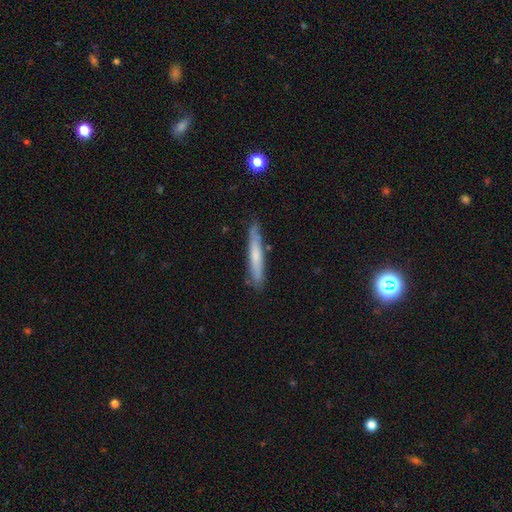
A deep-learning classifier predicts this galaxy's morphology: Smooth or featured?
  - smooth: 59% *
  - featured or disk: 35%
  - star or artifact: 6%
How rounded?
  - cigar-shaped: 94% *
  - in between: 5%
  - round: 1%
Merging?
  - none: 81% *
  - minor disturbance: 14%
  - major disturbance: 2%
  - merger: 2%